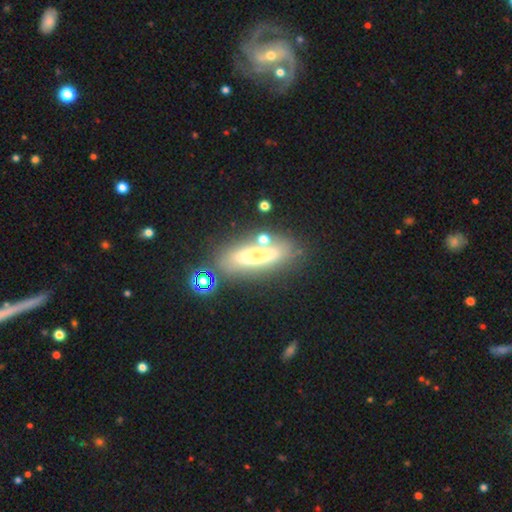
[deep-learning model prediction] A smooth galaxy with no disk features (51%) that is cigar-shaped (66%).

Vote fractions:
- Smooth or featured? smooth: 51% / featured or disk: 35% / star or artifact: 13%
- How rounded? cigar-shaped: 66% / in between: 30% / round: 3%
- Merging? none: 70% / minor disturbance: 13% / merger: 11% / major disturbance: 7%